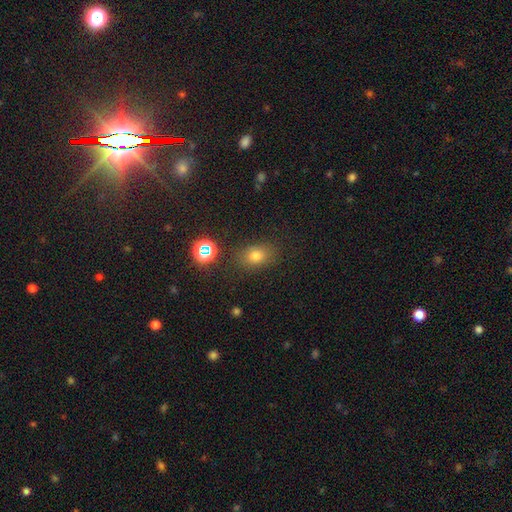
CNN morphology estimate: Smooth or featured? smooth (72%)
How rounded? in between (61%)
Merging? none (82%)